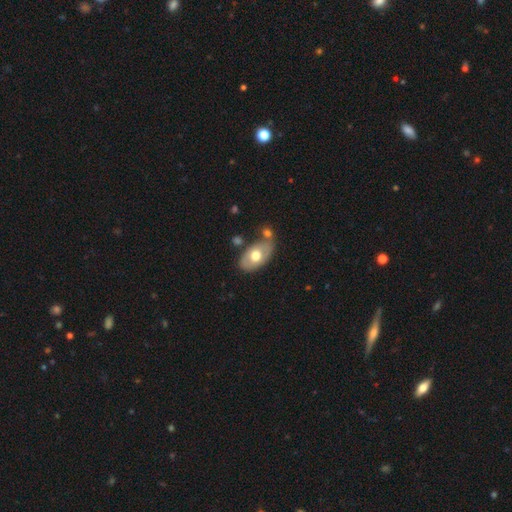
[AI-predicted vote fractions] A smooth galaxy with no disk features (57%) that is in between round and cigar-shaped (91%).

Vote fractions:
- Smooth or featured? smooth: 57% / featured or disk: 37% / star or artifact: 6%
- How rounded? in between: 91% / round: 8% / cigar-shaped: 2%
- Merging? none: 59% / minor disturbance: 18% / merger: 17% / major disturbance: 5%